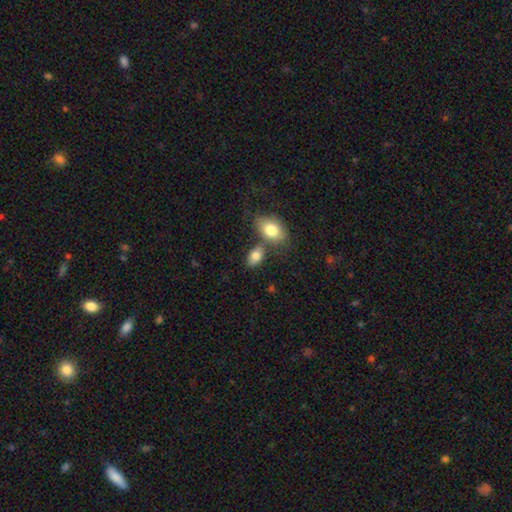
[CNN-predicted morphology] Smooth or featured?
  - smooth: 81% *
  - featured or disk: 11%
  - star or artifact: 8%
How rounded?
  - in between: 88% *
  - round: 10%
  - cigar-shaped: 2%
Merging?
  - none: 54% *
  - merger: 29%
  - minor disturbance: 13%
  - major disturbance: 4%